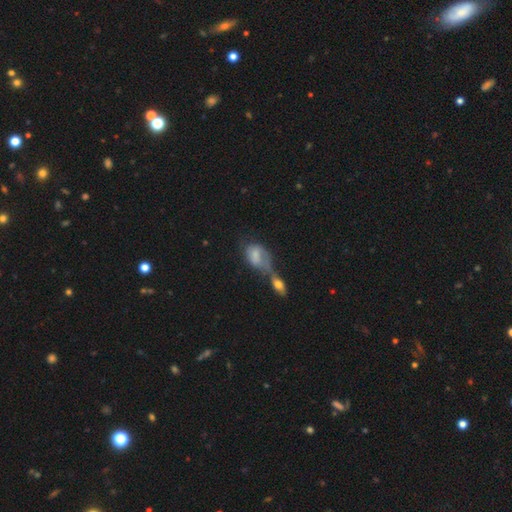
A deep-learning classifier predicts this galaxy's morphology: A smooth galaxy with no disk features (60%) that is in between round and cigar-shaped (81%). Merging: merger (63%).